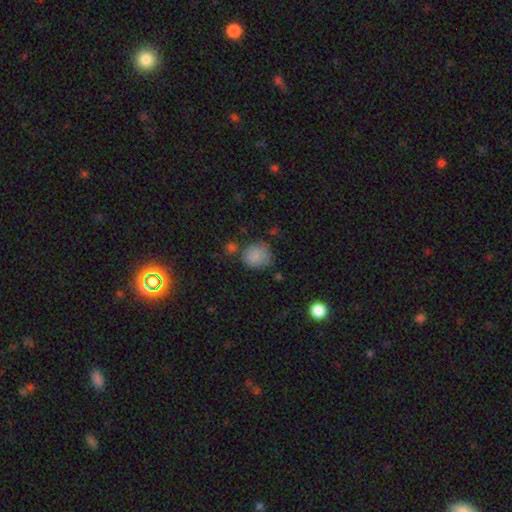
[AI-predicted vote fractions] smooth-or-featured: smooth: 83% | star or artifact: 10% | featured or disk: 7%
  how-rounded: round: 78% | in between: 21% | cigar-shaped: 1%
  merging: none: 62% | minor disturbance: 23% | merger: 8% | major disturbance: 7%